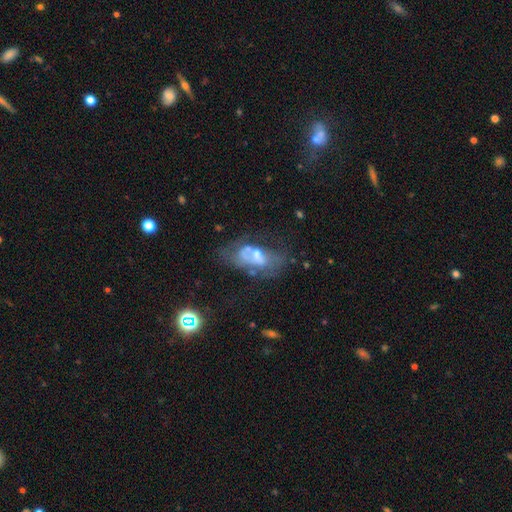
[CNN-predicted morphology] type=featured or disk (57%); edge-on=no (93%); bar=no (69%); spiral arms=no (70%); bulge=moderate (45%); merging=none (32%).